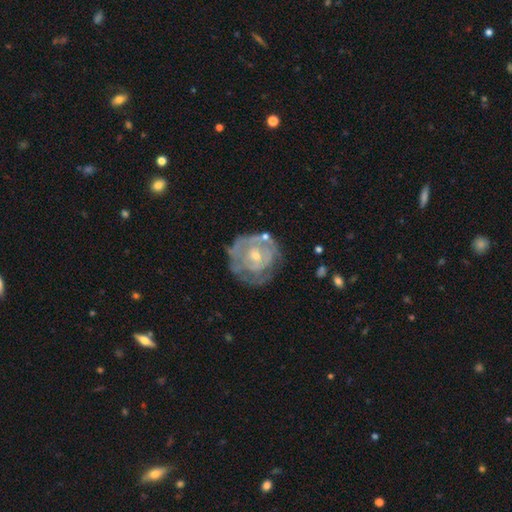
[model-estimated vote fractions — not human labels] Overall: featured or disk (75%). Edge-on disk: no (97%). Bar: no (72%). Spiral arms: yes (65%; no 35%). Bulge size: small (53%; moderate 42%). Merging: none (61%; minor disturbance 22%).